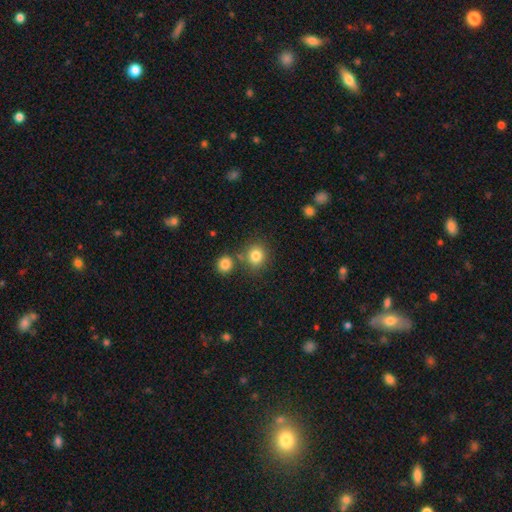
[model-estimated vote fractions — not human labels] Smooth or featured: smooth — 82% (star or artifact — 11%)
How rounded: round — 86% (in between — 13%)
Merging: none — 72% (merger — 15%)